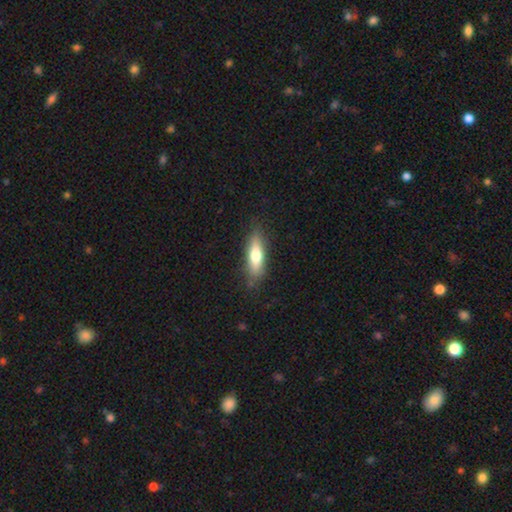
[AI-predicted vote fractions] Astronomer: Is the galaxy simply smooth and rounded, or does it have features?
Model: smooth — 65%.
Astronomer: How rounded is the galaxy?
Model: cigar-shaped — 53% (runner-up: in between, 44%).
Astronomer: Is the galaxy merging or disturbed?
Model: none — 81%.